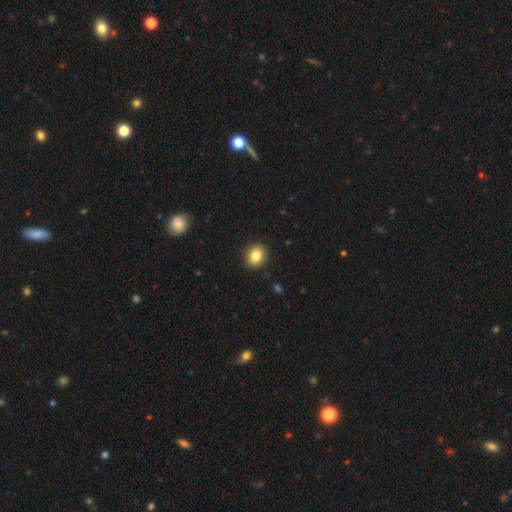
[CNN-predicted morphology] A smooth galaxy with no disk features (84%) that is round (57%). Merging: none (91%).